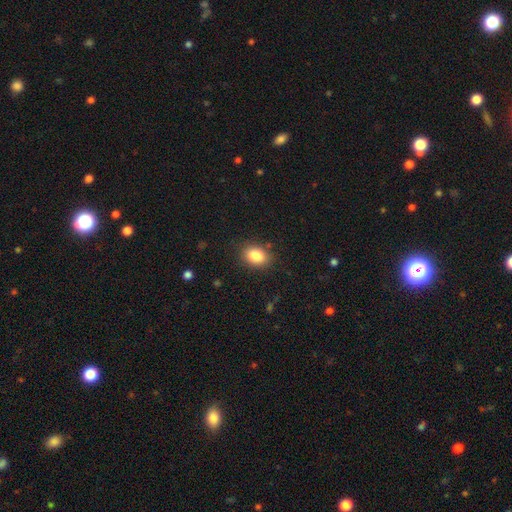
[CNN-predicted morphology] Smooth or featured: smooth — 85% (star or artifact — 9%)
How rounded: in between — 74% (round — 25%)
Merging: none — 85% (minor disturbance — 10%)